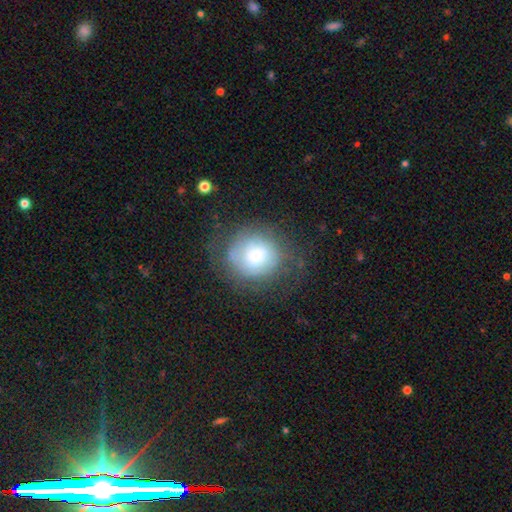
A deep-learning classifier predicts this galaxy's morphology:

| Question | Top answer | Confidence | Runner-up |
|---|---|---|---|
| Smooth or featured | smooth | 48% | featured or disk (42%) |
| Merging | none | 64% | minor disturbance (19%) |